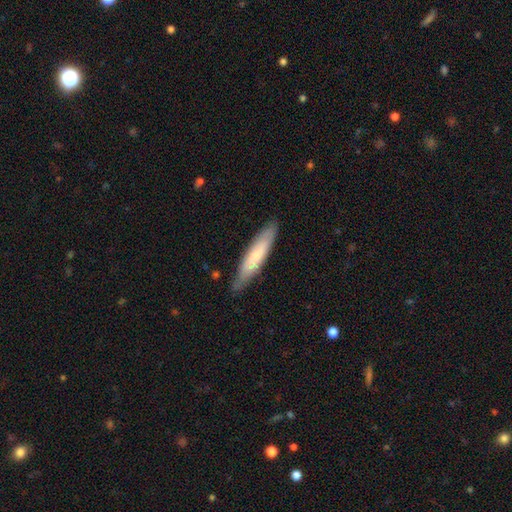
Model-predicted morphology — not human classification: The model was most divided on "smooth or featured": smooth: 56%, featured or disk: 39%, star or artifact: 6%. More confident: how rounded — cigar-shaped (83%); merging — none (81%).